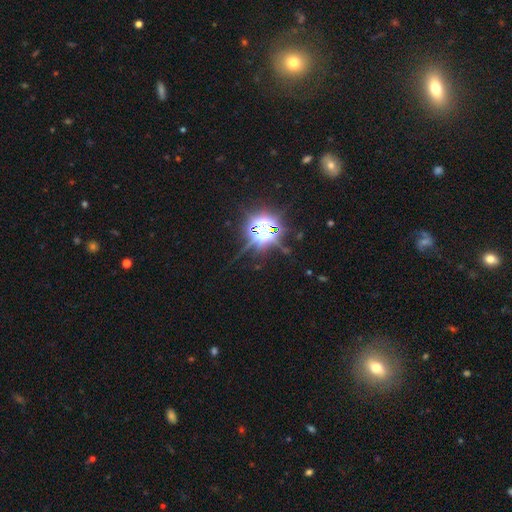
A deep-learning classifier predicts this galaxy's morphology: Smooth or featured?
  - star or artifact: 83% *
  - smooth: 10%
  - featured or disk: 7%